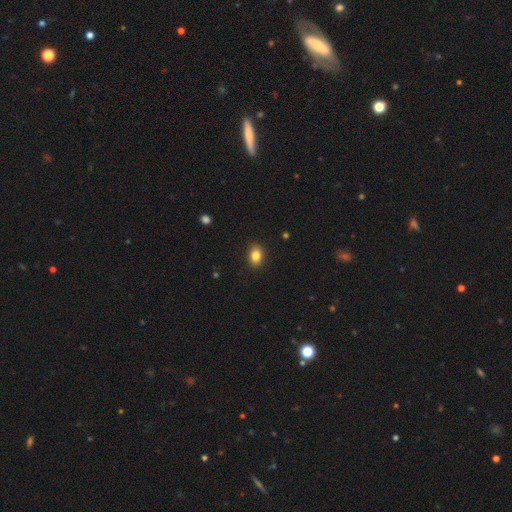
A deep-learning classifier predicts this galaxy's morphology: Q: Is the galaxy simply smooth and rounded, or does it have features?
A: smooth — 85%.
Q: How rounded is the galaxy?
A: in between — 78%.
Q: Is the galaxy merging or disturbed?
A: none — 88%.